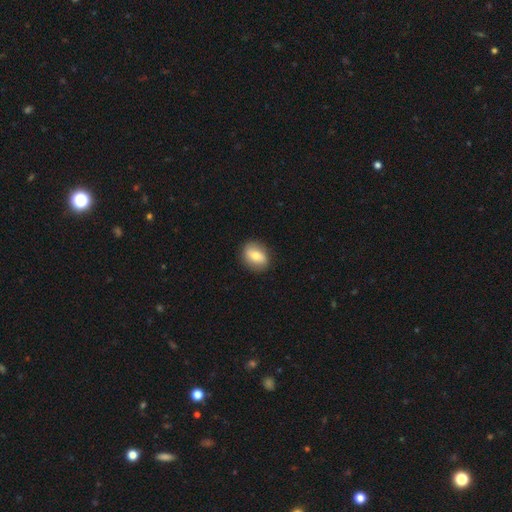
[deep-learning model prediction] Morphology: type=smooth (64%); roundness=in between (61%); merging=none (87%).